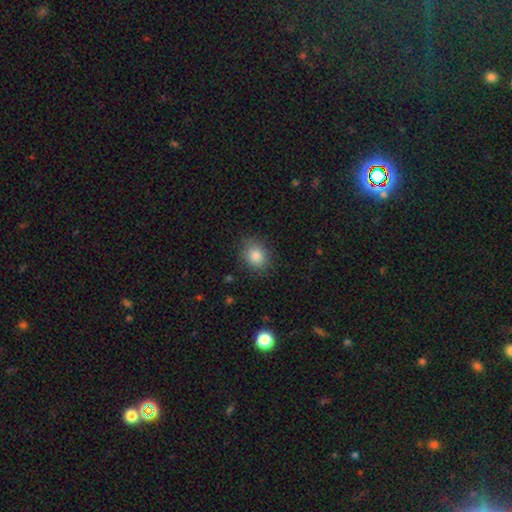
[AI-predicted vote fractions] A smooth galaxy with no disk features (84%) that is round (60%).

Vote fractions:
- Smooth or featured? smooth: 84% / star or artifact: 9% / featured or disk: 6%
- How rounded? round: 60% / in between: 39% / cigar-shaped: 1%
- Merging? none: 84% / minor disturbance: 11% / major disturbance: 3% / merger: 1%